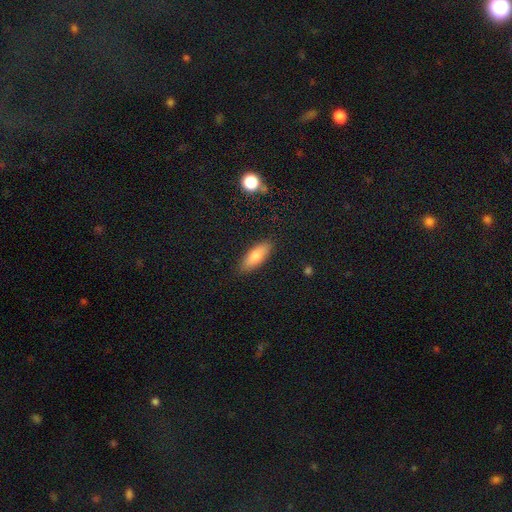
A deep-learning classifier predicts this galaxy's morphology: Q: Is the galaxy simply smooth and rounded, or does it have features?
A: smooth — 77%.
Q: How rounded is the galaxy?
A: in between — 65%.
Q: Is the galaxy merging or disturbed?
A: none — 86%.